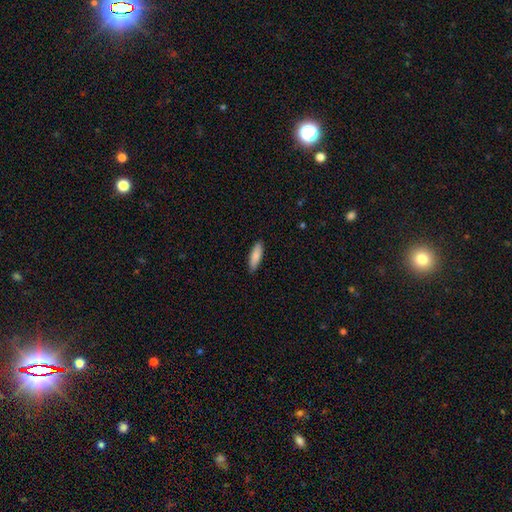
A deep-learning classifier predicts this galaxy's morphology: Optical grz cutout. It shows a smooth galaxy with no disk features (86%) that is cigar-shaped (55%). Merging: none (90%).